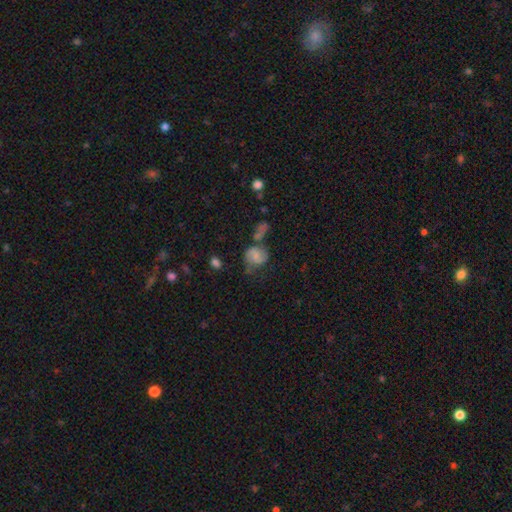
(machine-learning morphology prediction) Smooth or featured?
  - smooth: 47% *
  - featured or disk: 43%
  - star or artifact: 10%
Merging?
  - none: 40% *
  - merger: 24%
  - minor disturbance: 21%
  - major disturbance: 16%